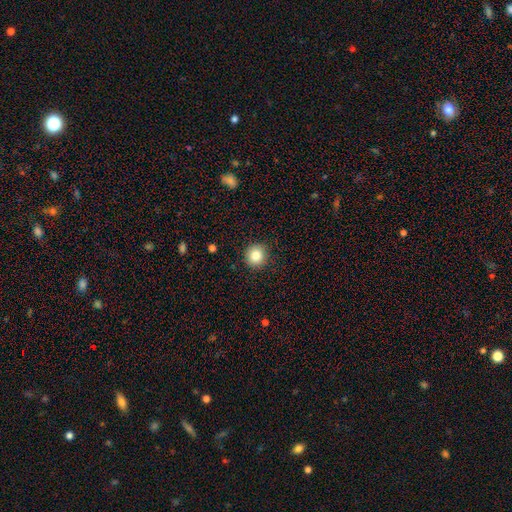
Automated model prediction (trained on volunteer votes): smooth_or_featured: smooth (p=0.85) [alt: star or artifact p=0.10]
how_rounded: round (p=0.93) [alt: in between p=0.07]
merging: none (p=0.90) [alt: minor disturbance p=0.07]